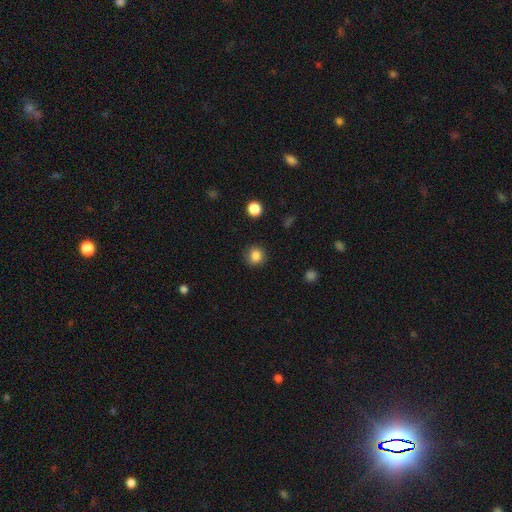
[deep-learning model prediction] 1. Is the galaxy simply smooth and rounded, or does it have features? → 85% smooth, 11% star or artifact, 4% featured or disk.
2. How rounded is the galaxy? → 90% round, 9% in between, 1% cigar-shaped.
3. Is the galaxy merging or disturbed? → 88% none, 8% minor disturbance, 3% major disturbance, 1% merger.